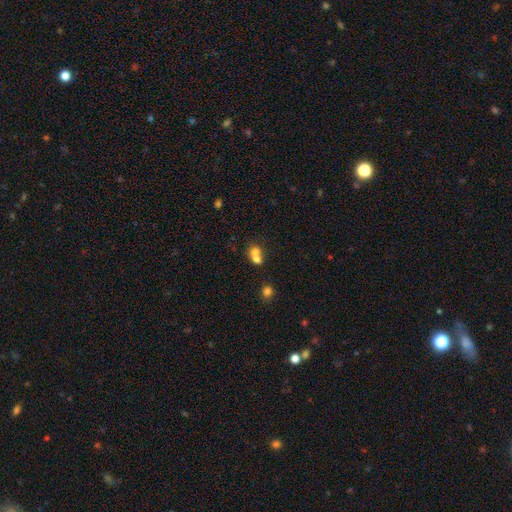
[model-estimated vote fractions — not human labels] Smooth or featured: smooth — 70% (featured or disk — 18%)
How rounded: round — 71% (in between — 28%)
Merging: merger — 66% (none — 26%)